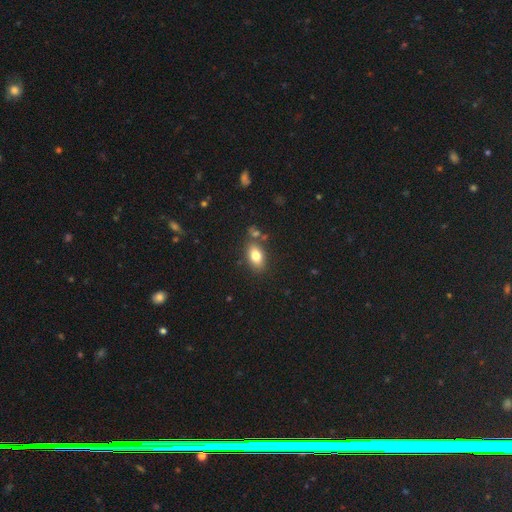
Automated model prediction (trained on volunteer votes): Smooth or featured?
  - smooth: 79% *
  - featured or disk: 12%
  - star or artifact: 9%
How rounded?
  - in between: 87% *
  - round: 10%
  - cigar-shaped: 3%
Merging?
  - none: 75% *
  - minor disturbance: 13%
  - merger: 9%
  - major disturbance: 3%